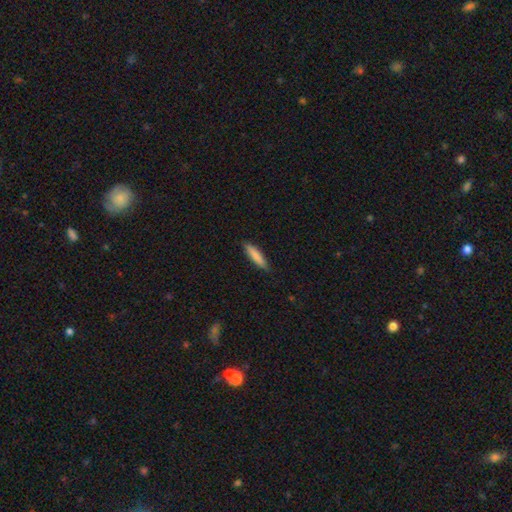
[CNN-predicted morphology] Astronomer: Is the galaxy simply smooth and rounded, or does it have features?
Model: smooth — 83%.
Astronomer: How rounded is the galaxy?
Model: cigar-shaped — 82%.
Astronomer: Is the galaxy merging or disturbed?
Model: none — 86%.